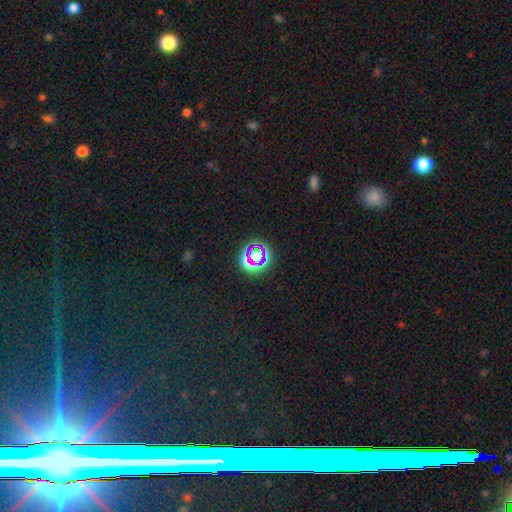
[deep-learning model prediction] The model was most divided on "smooth or featured": star or artifact: 59%, smooth: 29%, featured or disk: 12%.